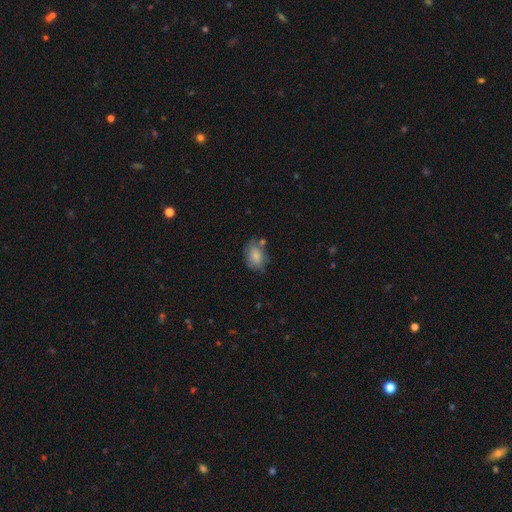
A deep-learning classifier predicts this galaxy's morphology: A smooth galaxy with no disk features (78%) that is in between round and cigar-shaped (75%). Merging: none (56%).